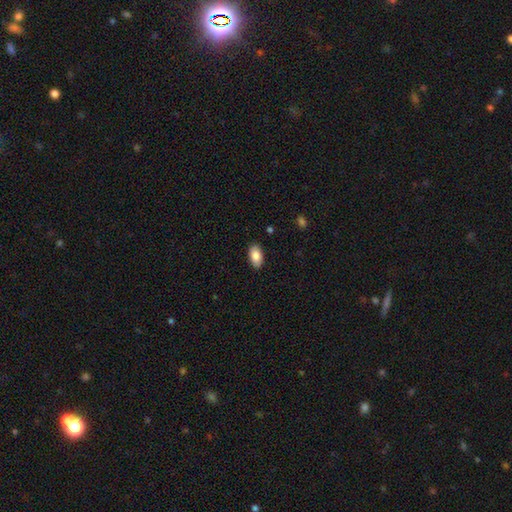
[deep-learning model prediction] smooth 86%, star or artifact 7%, featured or disk 7%. Down the decision tree: how rounded — in between (94%); merging — none (88%).